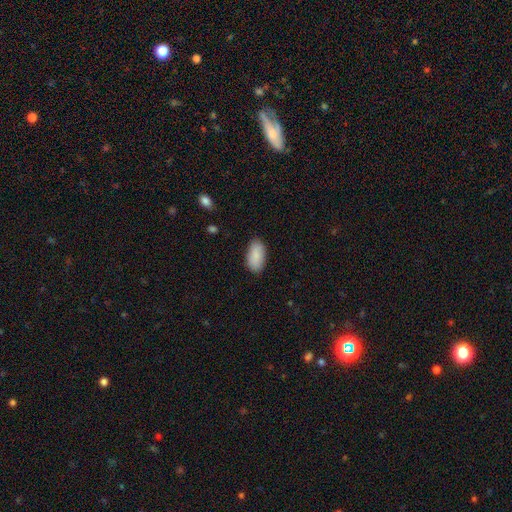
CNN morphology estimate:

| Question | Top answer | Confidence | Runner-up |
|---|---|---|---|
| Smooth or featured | smooth | 89% | star or artifact (6%) |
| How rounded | in between | 94% | cigar-shaped (3%) |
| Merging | none | 85% | minor disturbance (11%) |